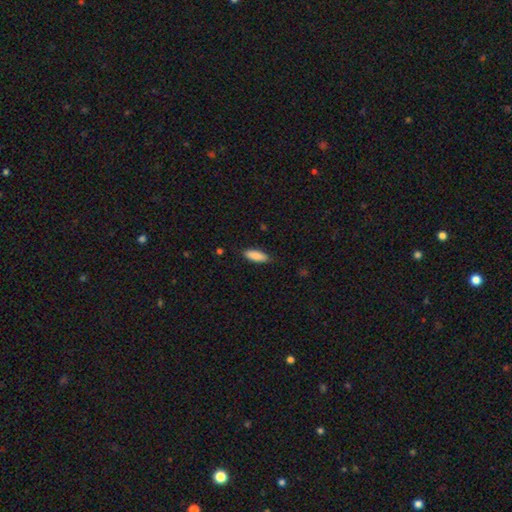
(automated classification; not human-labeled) Smooth or featured? smooth (87%)
How rounded? in between (66%)
Merging? none (85%)